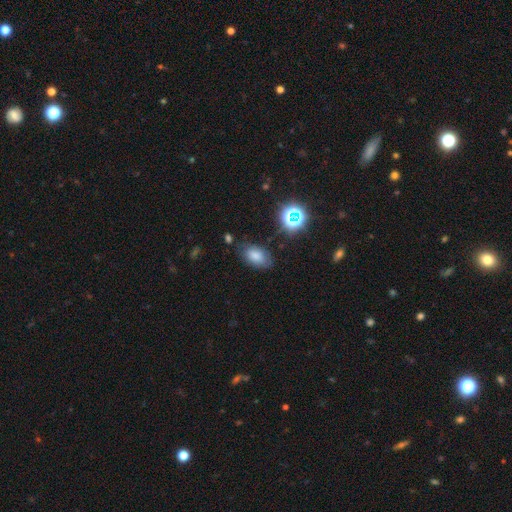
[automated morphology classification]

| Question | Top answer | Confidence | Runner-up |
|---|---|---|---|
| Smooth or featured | smooth | 74% | star or artifact (16%) |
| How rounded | in between | 90% | round (9%) |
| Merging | none | 75% | minor disturbance (17%) |